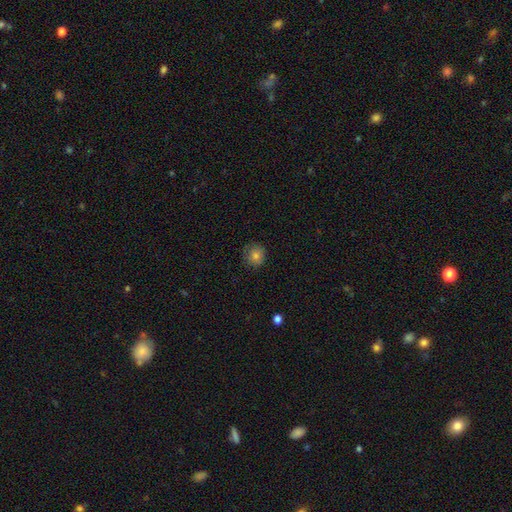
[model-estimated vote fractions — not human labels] Smooth or featured?
  - smooth: 80% *
  - star or artifact: 11%
  - featured or disk: 9%
How rounded?
  - round: 90% *
  - in between: 9%
  - cigar-shaped: 1%
Merging?
  - none: 84% *
  - minor disturbance: 13%
  - major disturbance: 3%
  - merger: 1%